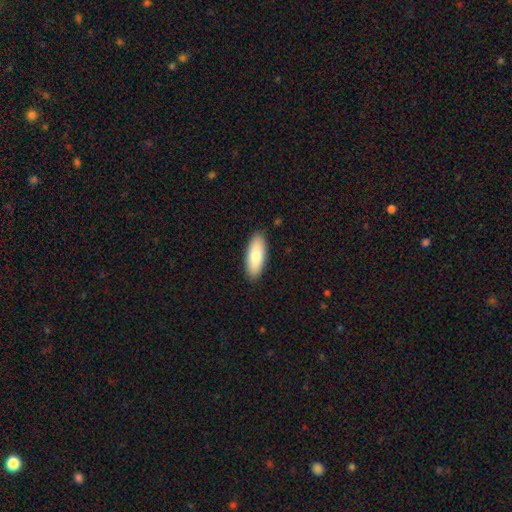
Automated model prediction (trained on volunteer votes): A smooth galaxy with no disk features (79%) that is in between round and cigar-shaped (75%). Merging: none (89%).